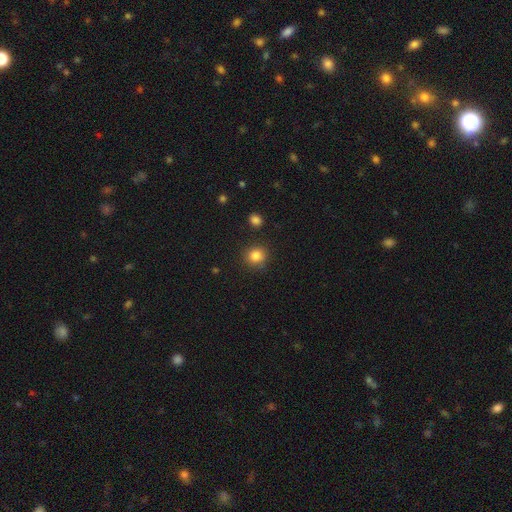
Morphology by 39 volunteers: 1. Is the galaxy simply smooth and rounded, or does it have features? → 90% smooth, 8% star or artifact, 3% featured or disk.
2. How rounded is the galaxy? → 86% round, 14% in between, 0% cigar-shaped.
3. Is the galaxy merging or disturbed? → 94% none, 3% major disturbance, 3% merger, 0% minor disturbance.